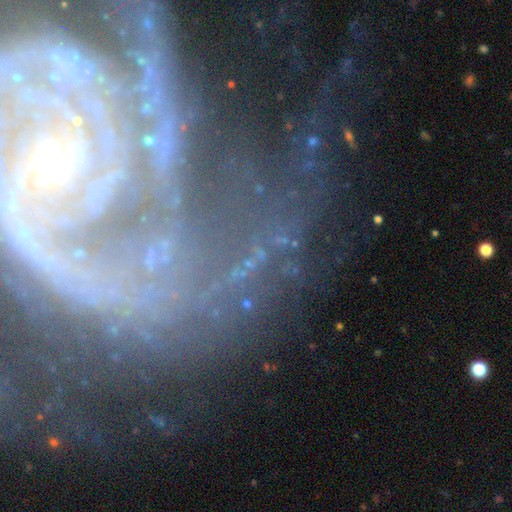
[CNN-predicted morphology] Smooth or featured? Predicted: featured or disk (p=0.62). Edge-on disk? Predicted: no (p=0.91). Bar? Predicted: no (p=0.43). Spiral arms? Predicted: yes (p=0.81). Bulge size? Predicted: small (p=0.51). Merging? Predicted: none (p=0.59).